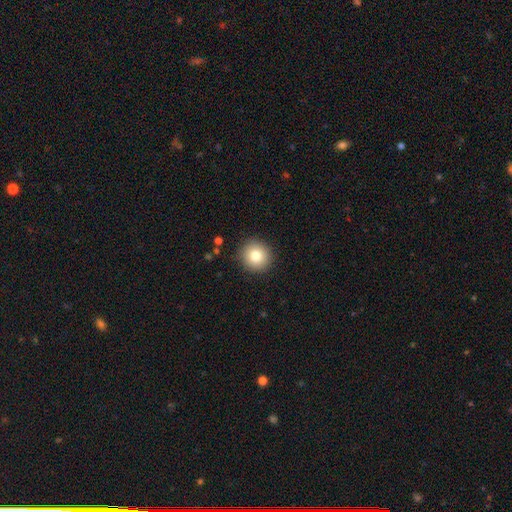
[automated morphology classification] Q: Smooth or featured?
A: smooth (80%); runner-up: star or artifact (10%)
Q: How rounded?
A: round (94%); runner-up: in between (5%)
Q: Merging?
A: none (91%); runner-up: minor disturbance (6%)